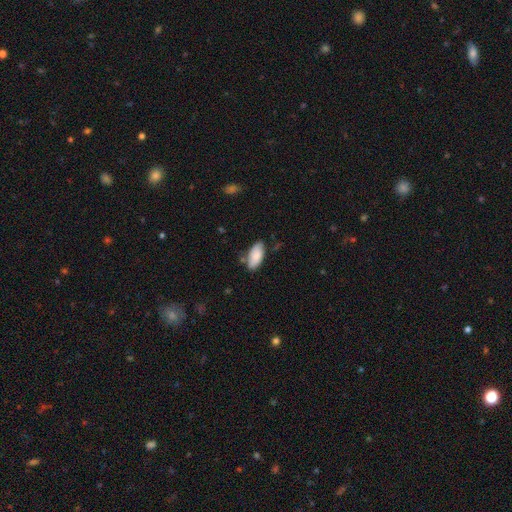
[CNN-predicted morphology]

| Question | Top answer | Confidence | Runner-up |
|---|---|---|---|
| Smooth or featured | smooth | 84% | featured or disk (10%) |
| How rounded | in between | 92% | cigar-shaped (6%) |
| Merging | none | 73% | minor disturbance (19%) |